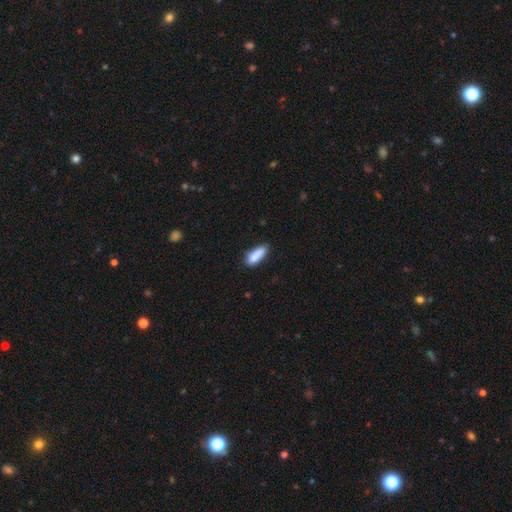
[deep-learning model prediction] Morphology: type=smooth (84%); roundness=in between (60%); merging=none (66%).